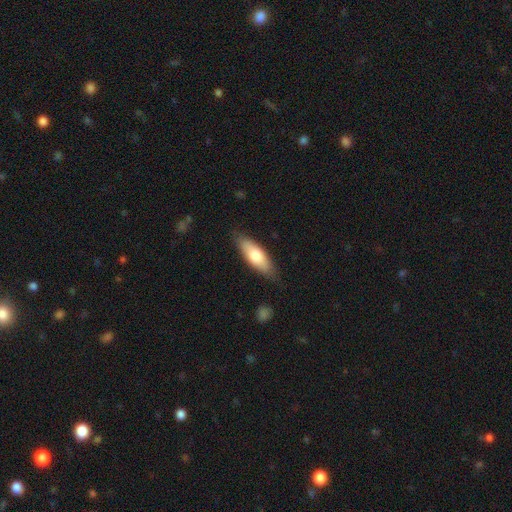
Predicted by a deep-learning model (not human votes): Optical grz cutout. It shows a smooth galaxy with no disk features (71%) that is in between round and cigar-shaped (61%). Merging: none (81%).